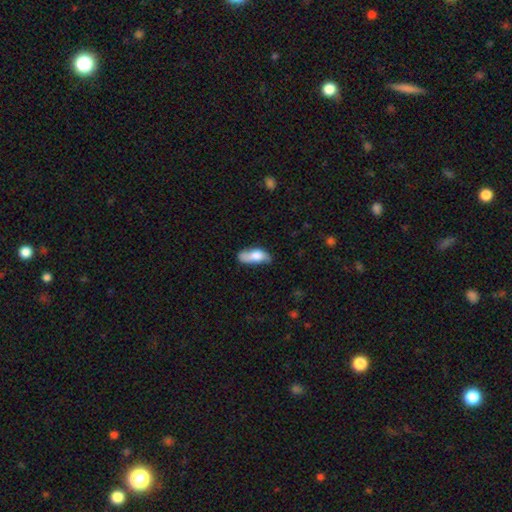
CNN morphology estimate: This is likely a smooth galaxy (63%). How rounded: likely in between (79%). Merging: possibly none (50%).